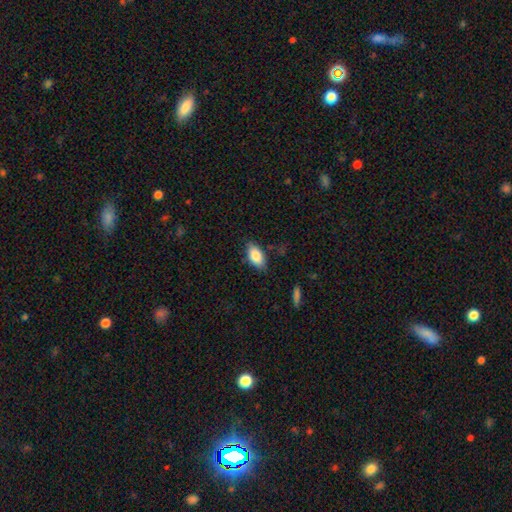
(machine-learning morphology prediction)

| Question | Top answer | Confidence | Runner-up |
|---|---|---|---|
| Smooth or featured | smooth | 83% | featured or disk (10%) |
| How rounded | in between | 91% | cigar-shaped (5%) |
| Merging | none | 80% | minor disturbance (15%) |